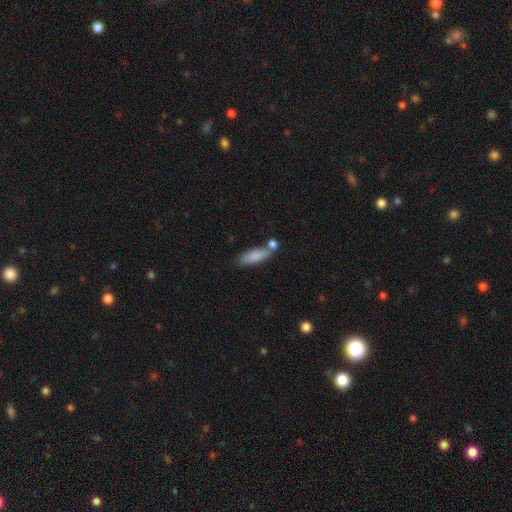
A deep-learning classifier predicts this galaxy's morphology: smooth-or-featured: smooth: 82% | featured or disk: 12% | star or artifact: 7%
  how-rounded: in between: 59% | cigar-shaped: 39% | round: 2%
  merging: none: 50% | merger: 30% | minor disturbance: 15% | major disturbance: 5%